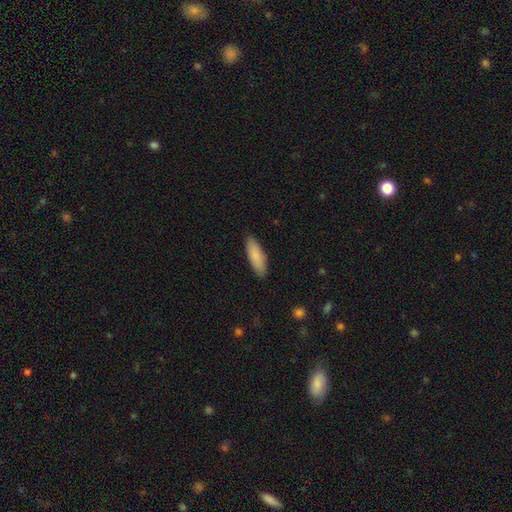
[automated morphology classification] smooth_or_featured: smooth (p=0.86) [alt: featured or disk p=0.08]
how_rounded: in between (p=0.52) [alt: cigar-shaped p=0.47]
merging: none (p=0.87) [alt: minor disturbance p=0.10]